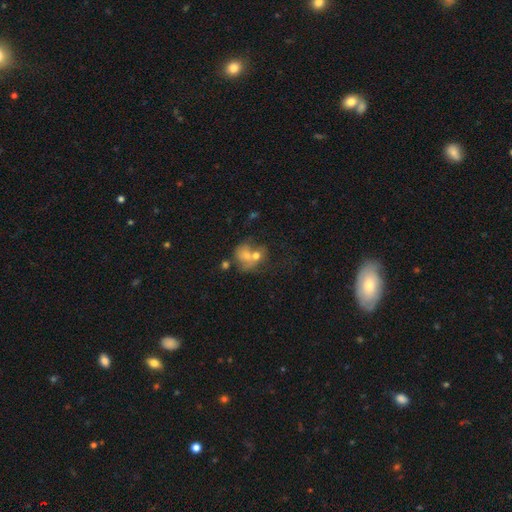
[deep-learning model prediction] This appears to be a smooth galaxy with no disk features (47%). Merging: merger (47%).